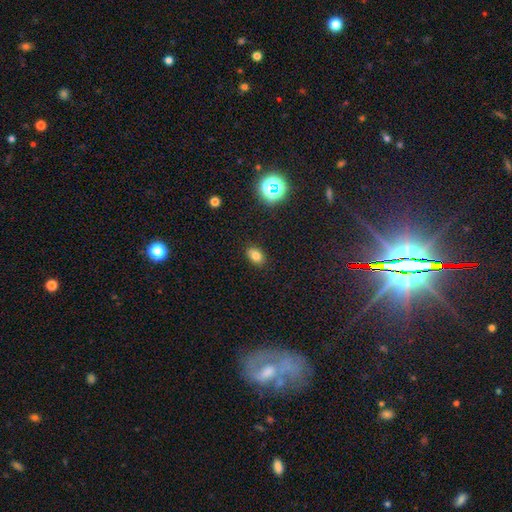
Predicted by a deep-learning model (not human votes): Smooth or featured? smooth (76%)
How rounded? in between (79%)
Merging? none (85%)